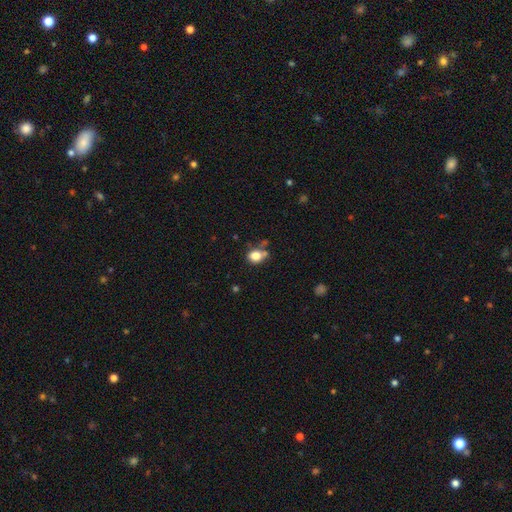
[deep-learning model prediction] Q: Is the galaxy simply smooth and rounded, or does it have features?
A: smooth — 79%.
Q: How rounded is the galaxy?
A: round — 51%.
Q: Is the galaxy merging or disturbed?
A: none — 53%.